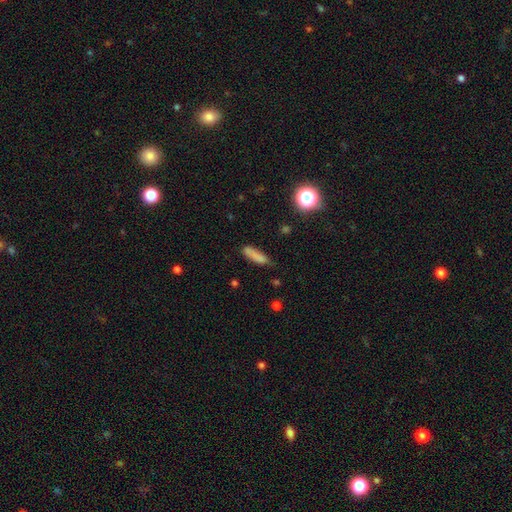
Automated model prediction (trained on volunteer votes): smooth 80%, star or artifact 10%, featured or disk 10%. Down the decision tree: how rounded — cigar-shaped (66%); merging — none (61%).